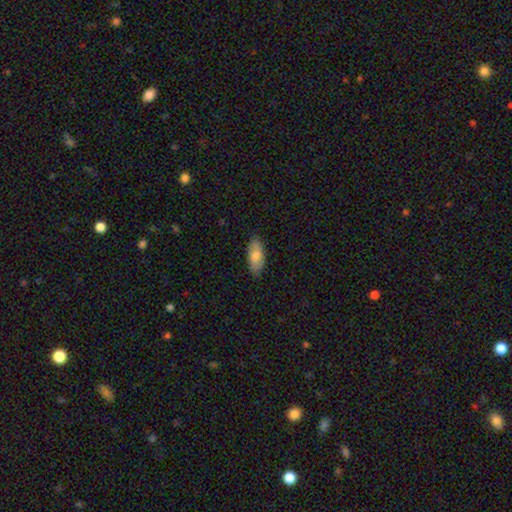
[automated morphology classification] Smooth or featured? Predicted: smooth (p=0.74). How rounded? Predicted: in between (p=0.90). Merging? Predicted: none (p=0.84).